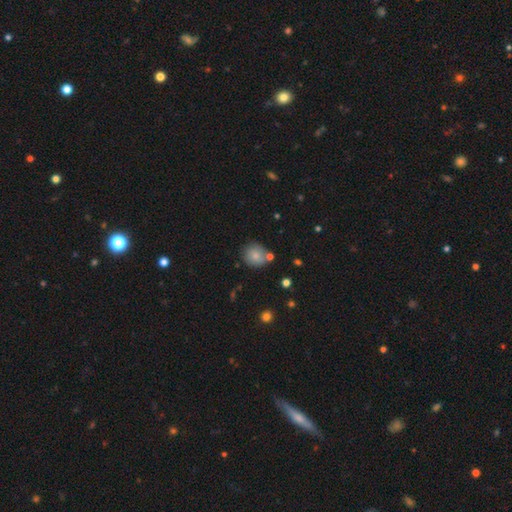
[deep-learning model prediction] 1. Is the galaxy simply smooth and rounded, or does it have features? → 82% smooth, 10% star or artifact, 8% featured or disk.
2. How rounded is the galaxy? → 84% round, 15% in between, 1% cigar-shaped.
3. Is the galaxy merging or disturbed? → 75% none, 13% minor disturbance, 9% merger, 3% major disturbance.